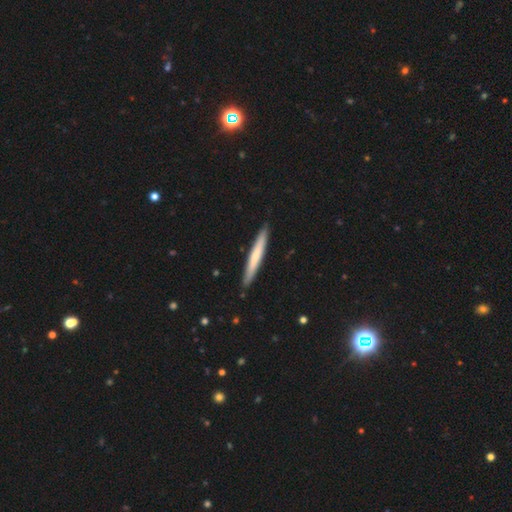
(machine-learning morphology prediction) The model was most divided on "smooth or featured": smooth: 62%, featured or disk: 34%, star or artifact: 5%. More confident: how rounded — cigar-shaped (96%); merging — none (91%).